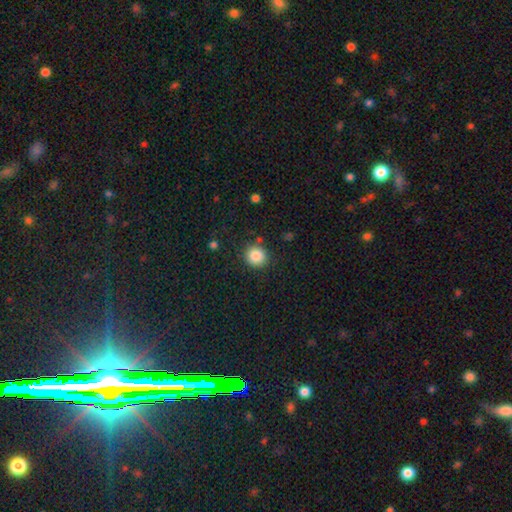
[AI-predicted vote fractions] Smooth or featured: smooth — 86% (star or artifact — 10%)
How rounded: round — 86% (in between — 13%)
Merging: none — 86% (minor disturbance — 9%)